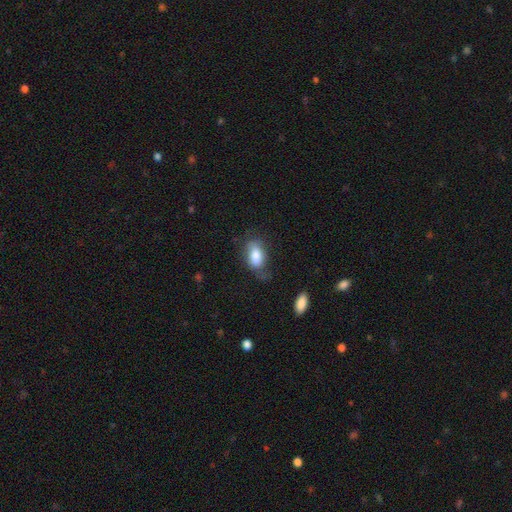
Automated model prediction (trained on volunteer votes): This is clearly a smooth galaxy (80%). How rounded: clearly in between (90%). Merging: possibly none (53%).